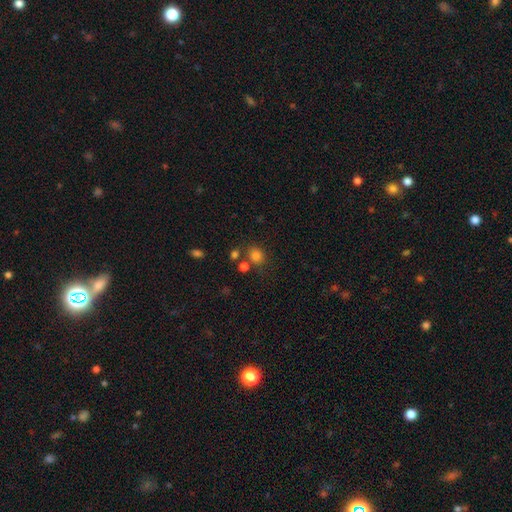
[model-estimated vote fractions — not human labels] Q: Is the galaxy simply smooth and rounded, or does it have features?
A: smooth — 81%.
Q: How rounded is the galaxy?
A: round — 75%.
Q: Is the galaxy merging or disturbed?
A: none — 68%.